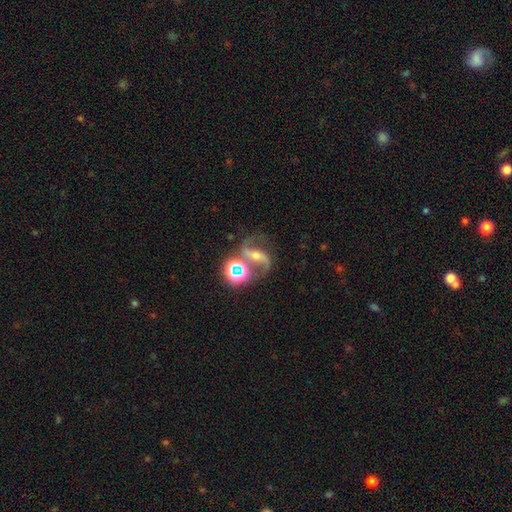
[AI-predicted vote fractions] Smooth or featured? featured or disk (80%)
Edge-on disk? no (96%)
Bar? strong (48%)
Spiral arms? yes (96%)
Spiral winding? loose (59%)
Spiral arm count? 2 (92%)
Bulge size? moderate (56%)
Merging? none (65%)